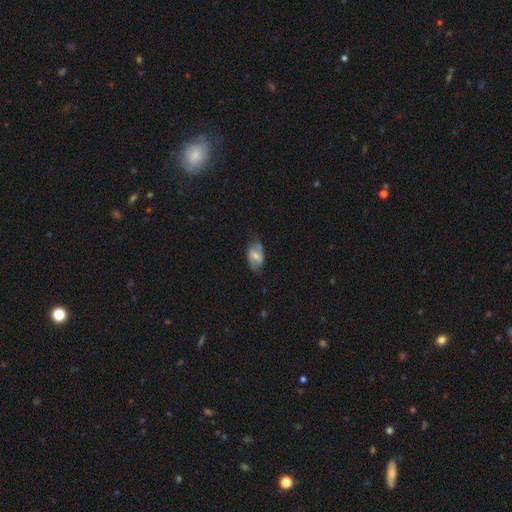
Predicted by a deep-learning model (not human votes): Morphology: type=featured or disk (53%); edge-on=no (94%); merging=none (65%).